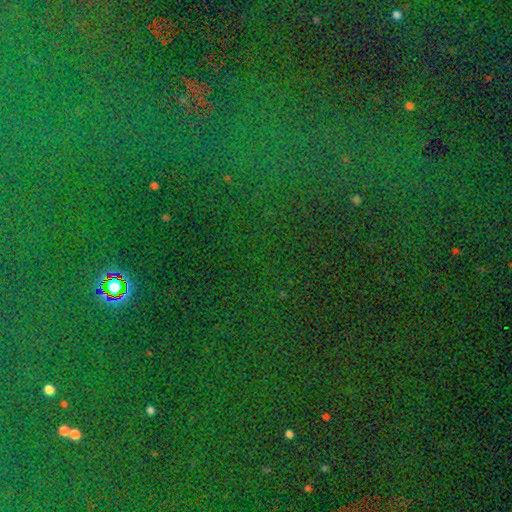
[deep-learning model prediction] Smooth or featured?
  - star or artifact: 79% *
  - smooth: 13%
  - featured or disk: 8%